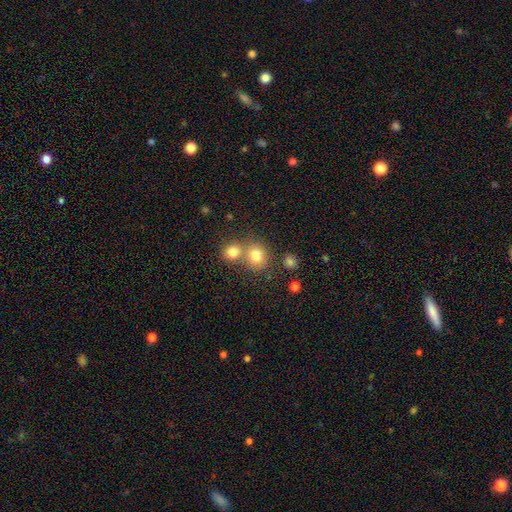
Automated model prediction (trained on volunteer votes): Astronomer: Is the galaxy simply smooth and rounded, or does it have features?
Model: smooth — 79%.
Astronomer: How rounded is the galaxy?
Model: round — 81%.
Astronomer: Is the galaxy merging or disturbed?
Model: none — 53% (runner-up: merger, 37%).